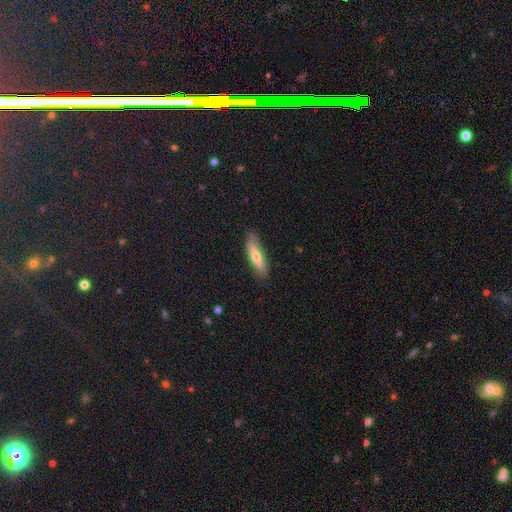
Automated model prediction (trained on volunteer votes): The model was most divided on "smooth or featured": smooth: 46%, featured or disk: 45%, star or artifact: 9%. More confident: merging — none (84%).